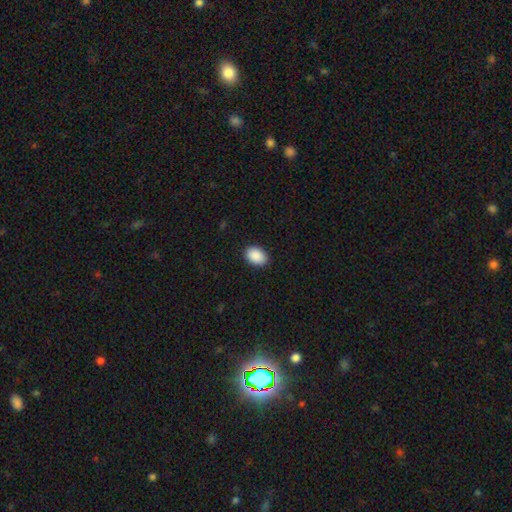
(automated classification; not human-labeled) Morphology: type=smooth (90%); roundness=in between (83%); merging=none (89%).